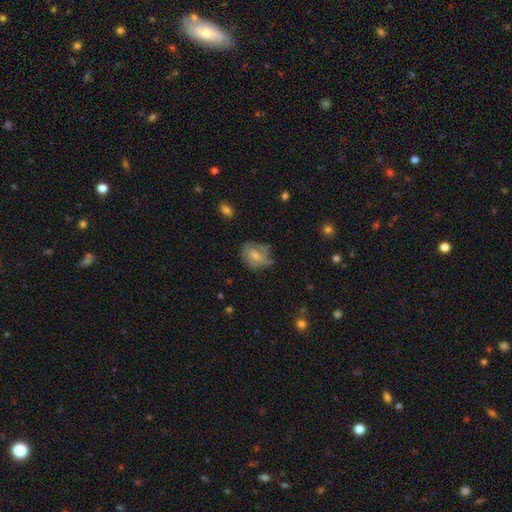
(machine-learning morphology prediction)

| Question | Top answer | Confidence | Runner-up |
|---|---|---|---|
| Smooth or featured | featured or disk | 49% | smooth (42%) |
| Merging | none | 50% | minor disturbance (30%) |